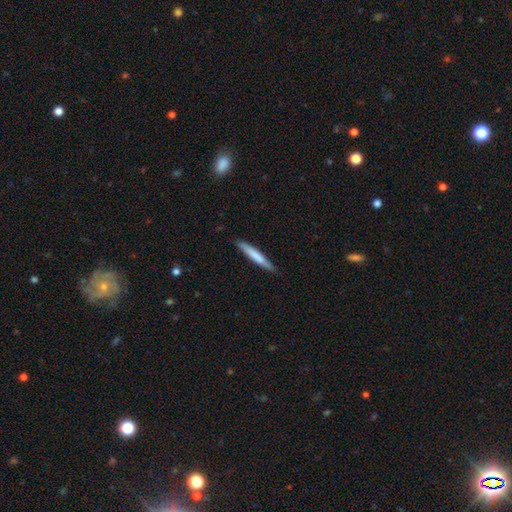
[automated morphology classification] Overall: smooth (71%). How rounded: cigar-shaped (94%). Merging: none (86%).